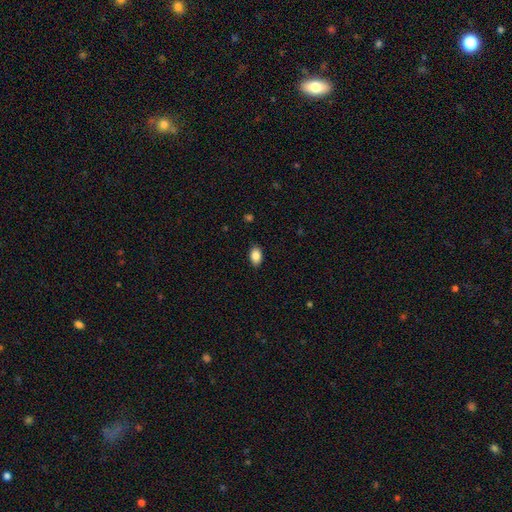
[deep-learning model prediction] Smooth or featured: smooth — 87% (star or artifact — 8%)
How rounded: in between — 88% (round — 11%)
Merging: none — 88% (minor disturbance — 9%)